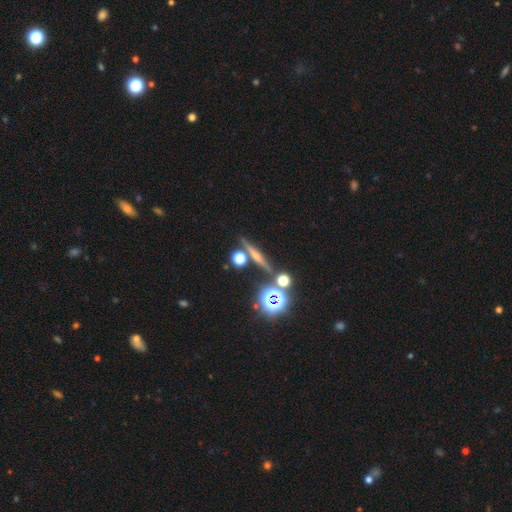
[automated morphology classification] Smooth or featured? Predicted: featured or disk (p=0.49). Merging? Predicted: none (p=0.83).